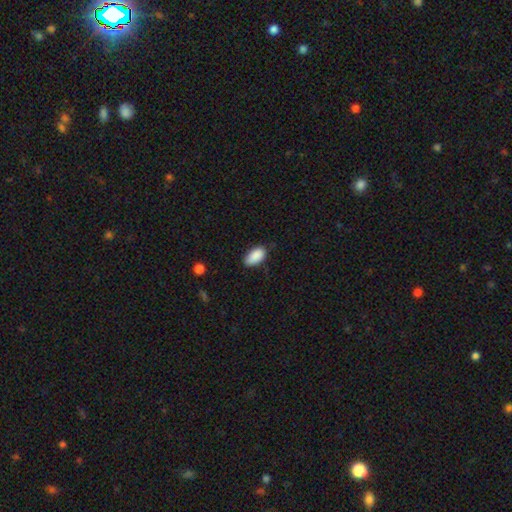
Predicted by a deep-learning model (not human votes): Overall: smooth (89%). How rounded: in between (94%). Merging: none (75%).